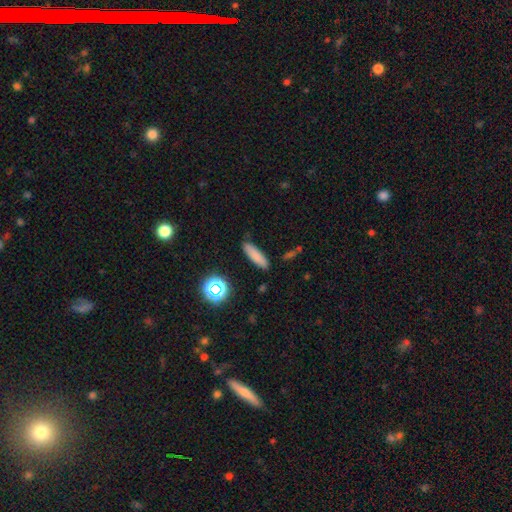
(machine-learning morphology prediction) Smooth or featured? smooth (80%)
How rounded? cigar-shaped (69%)
Merging? none (85%)